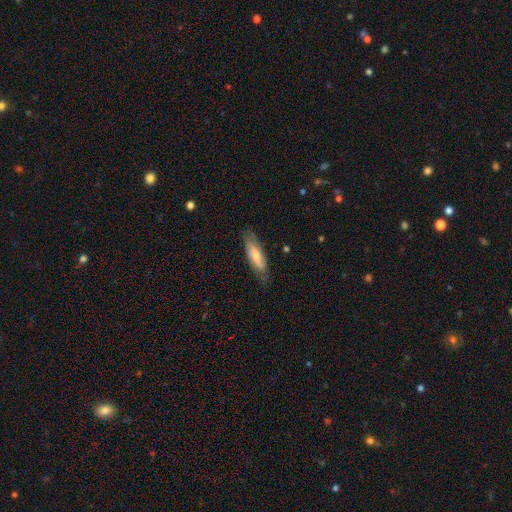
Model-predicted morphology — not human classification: type=smooth (54%); roundness=cigar-shaped (58%); merging=none (78%).